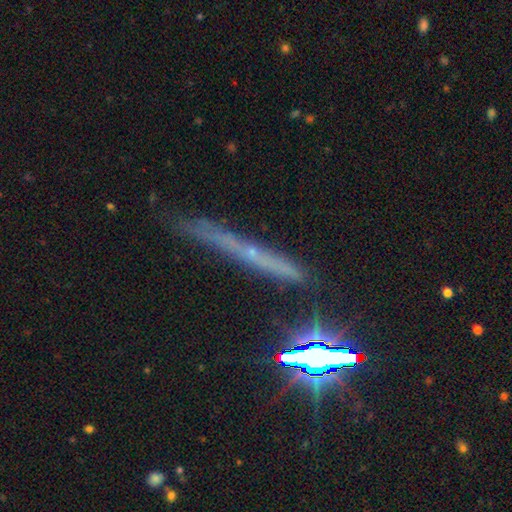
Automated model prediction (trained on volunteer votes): This appears to be a featured or disk galaxy (44%). Merging: none (75%).